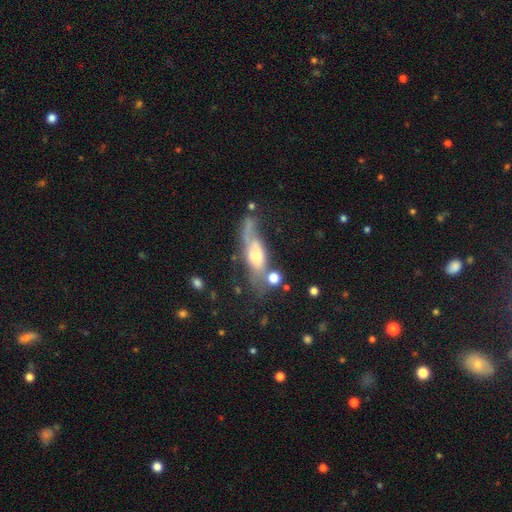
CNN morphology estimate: Smooth or featured?
  - featured or disk: 58% *
  - smooth: 33%
  - star or artifact: 9%
Edge-on disk?
  - no: 71% *
  - yes: 29%
Merging?
  - none: 34% *
  - major disturbance: 29%
  - minor disturbance: 21%
  - merger: 15%